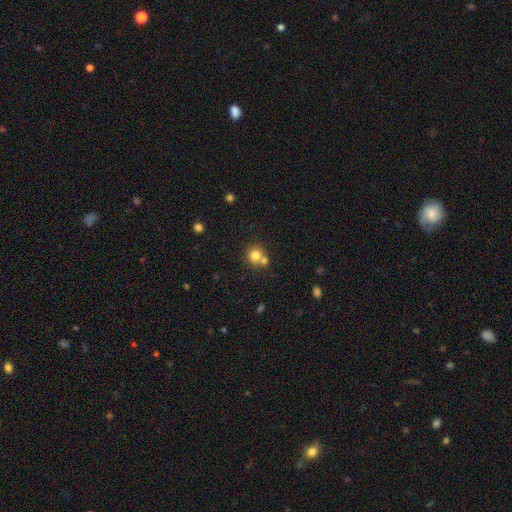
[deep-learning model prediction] smooth_or_featured: smooth (p=0.79) [alt: star or artifact p=0.11]
how_rounded: round (p=0.87) [alt: in between p=0.12]
merging: none (p=0.55) [alt: merger p=0.35]